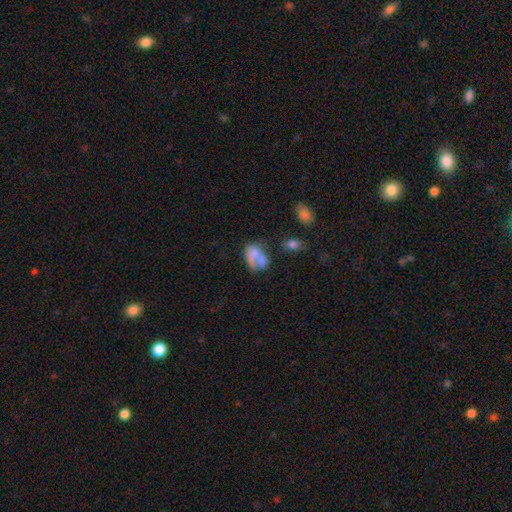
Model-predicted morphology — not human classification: Smooth or featured? Predicted: smooth (p=0.64). How rounded? Predicted: in between (p=0.72). Merging? Predicted: merger (p=0.44).